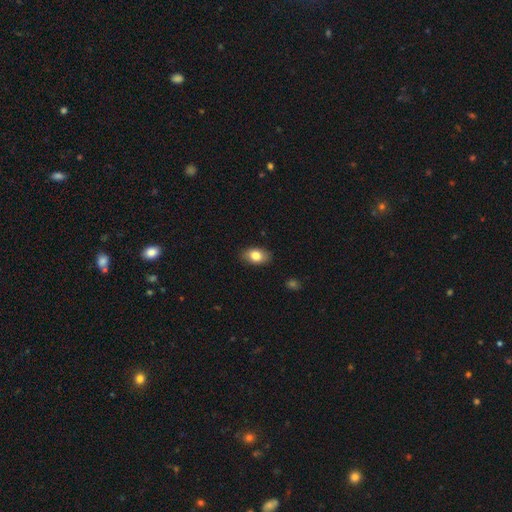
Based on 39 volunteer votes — smooth-or-featured: smooth: 82% | featured or disk: 13% | star or artifact: 5%
  how-rounded: in between: 72% | round: 22% | cigar-shaped: 6%
  merging: none: 95% | minor disturbance: 3% | major disturbance: 3% | merger: 0%